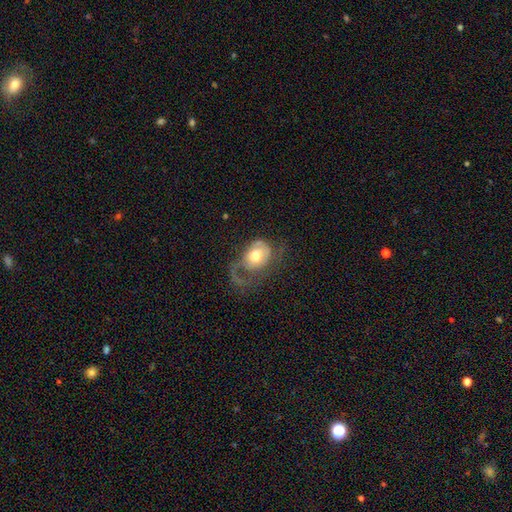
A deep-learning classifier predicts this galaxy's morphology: The model was most divided on "smooth or featured": featured or disk: 51%, smooth: 42%, star or artifact: 7%. More confident: edge-on disk — no (96%); merging — major disturbance (55%).